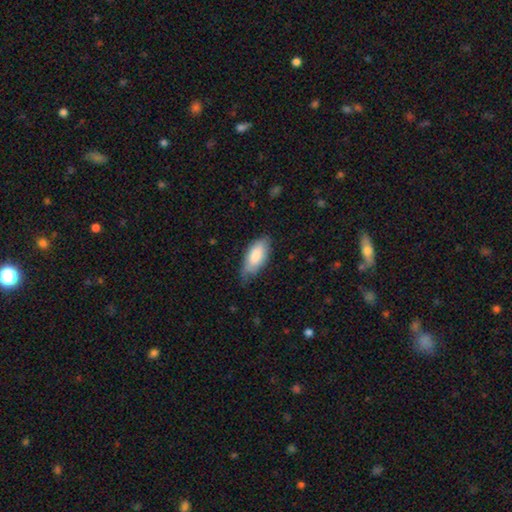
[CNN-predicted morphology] Q: Smooth or featured?
A: smooth (84%); runner-up: featured or disk (11%)
Q: How rounded?
A: in between (89%); runner-up: cigar-shaped (9%)
Q: Merging?
A: none (56%); runner-up: minor disturbance (36%)